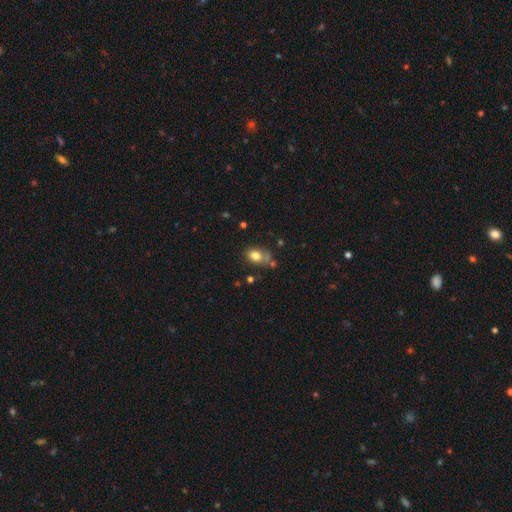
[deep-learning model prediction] Morphology: type=smooth (78%); roundness=in between (74%); merging=none (56%).